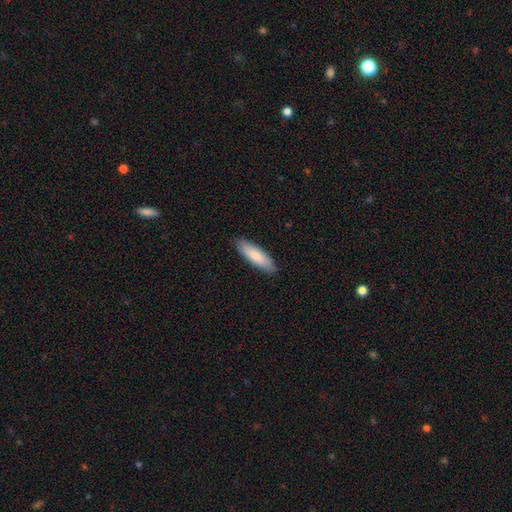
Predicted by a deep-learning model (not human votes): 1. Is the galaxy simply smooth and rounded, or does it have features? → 83% smooth, 12% featured or disk, 5% star or artifact.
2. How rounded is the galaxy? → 53% cigar-shaped, 46% in between, 1% round.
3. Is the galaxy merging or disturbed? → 89% none, 9% minor disturbance, 2% major disturbance, 1% merger.